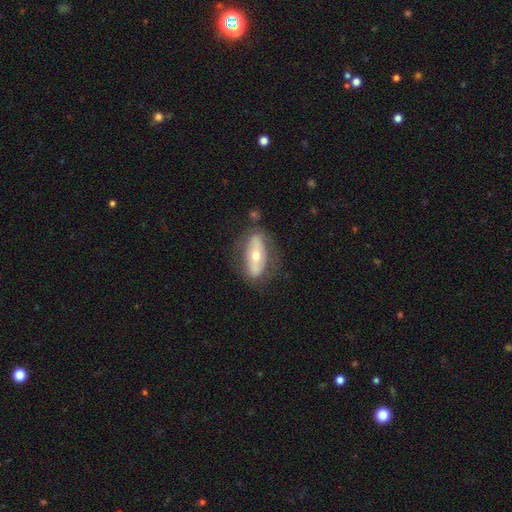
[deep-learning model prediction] This appears to be a featured or disk galaxy (53%). Merging: none (71%).